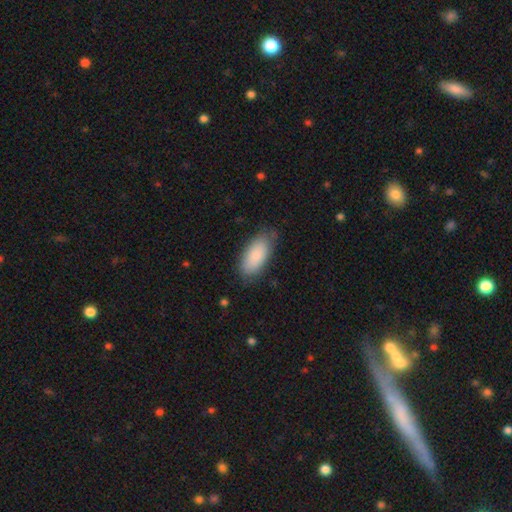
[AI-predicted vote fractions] smooth 87%, featured or disk 7%, star or artifact 6%. Down the decision tree: how rounded — in between (89%); merging — none (75%).